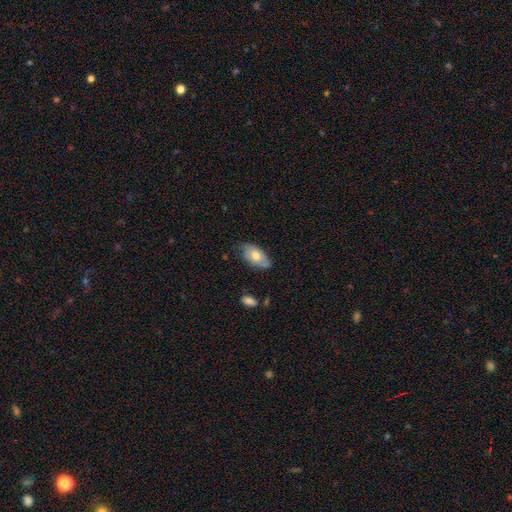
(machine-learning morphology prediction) A smooth galaxy with no disk features (67%) that is in between round and cigar-shaped (93%). Merging: none (68%).